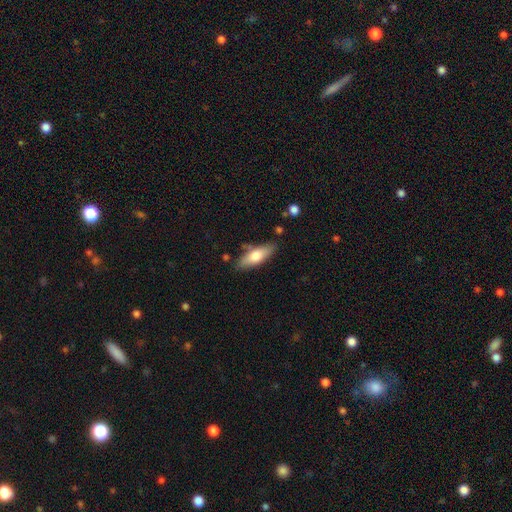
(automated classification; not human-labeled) Smooth or featured: smooth — 67% (featured or disk — 27%)
How rounded: in between — 58% (cigar-shaped — 40%)
Merging: none — 80% (minor disturbance — 14%)